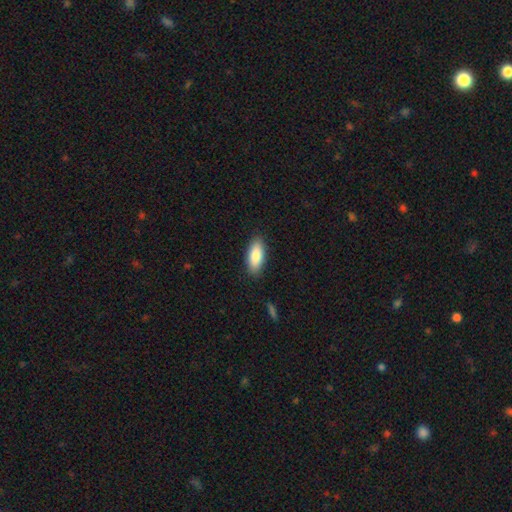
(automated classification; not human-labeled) Overall: smooth (85%). How rounded: in between (82%). Merging: none (88%).